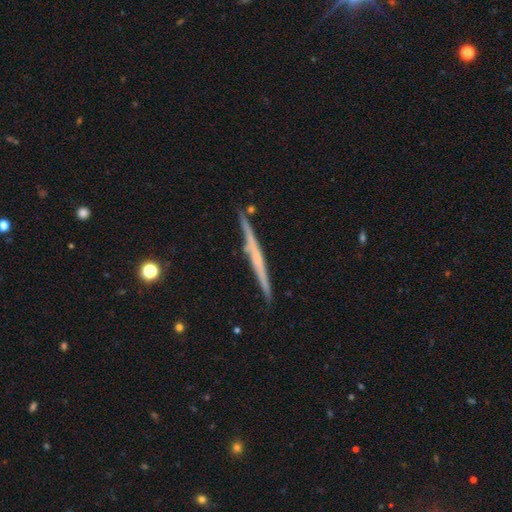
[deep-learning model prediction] smooth_or_featured: featured or disk (p=0.65) [alt: smooth p=0.29]
disk_edge_on: yes (p=0.98) [alt: no p=0.02]
edge_on_bulge: none (p=0.74) [alt: rounded p=0.18]
merging: none (p=0.86) [alt: minor disturbance p=0.10]